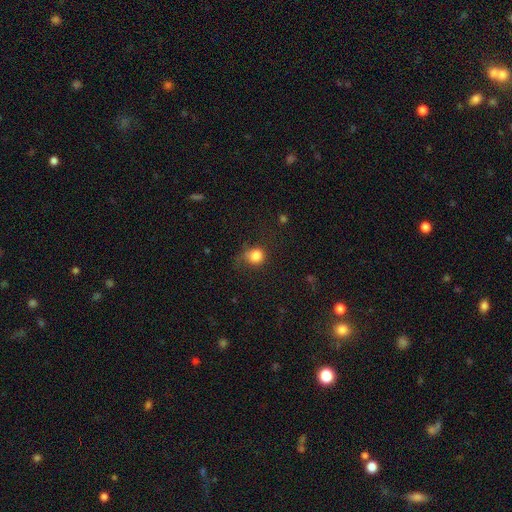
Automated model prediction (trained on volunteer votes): smooth 83%, star or artifact 11%, featured or disk 7%. Down the decision tree: how rounded — round (78%); merging — none (52%).